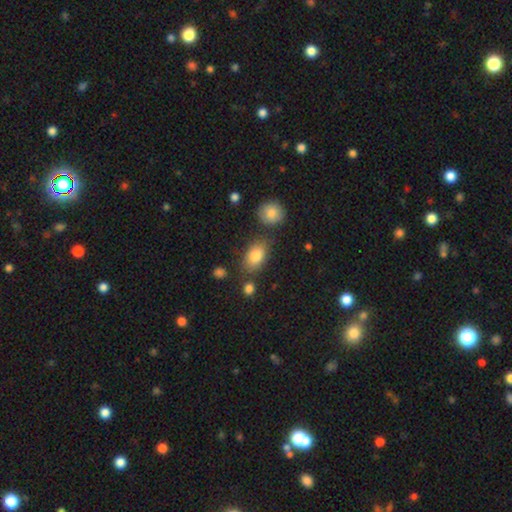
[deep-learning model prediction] This is clearly a smooth galaxy (81%). How rounded: clearly in between (88%). Merging: likely none (72%).